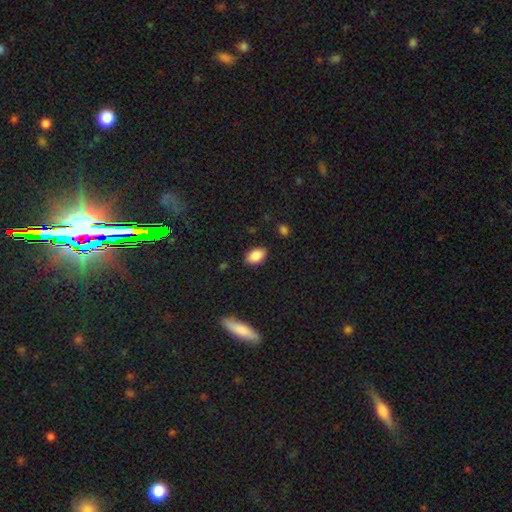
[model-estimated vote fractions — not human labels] Morphology: type=smooth (86%); roundness=in between (89%); merging=none (86%).